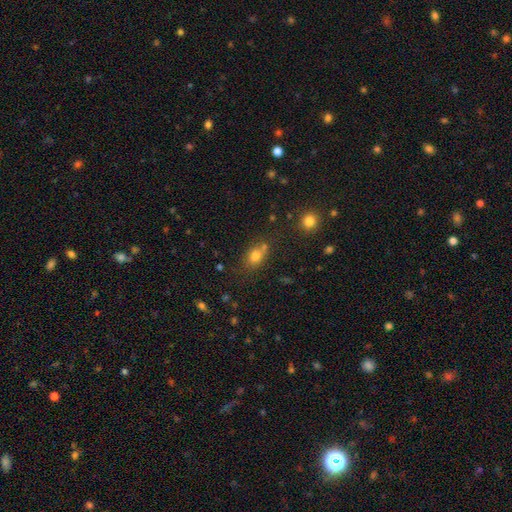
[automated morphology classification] A smooth galaxy with no disk features (77%) that is in between round and cigar-shaped (57%).

Vote fractions:
- Smooth or featured? smooth: 77% / star or artifact: 13% / featured or disk: 10%
- How rounded? in between: 57% / round: 41% / cigar-shaped: 2%
- Merging? none: 56% / merger: 22% / minor disturbance: 16% / major disturbance: 5%